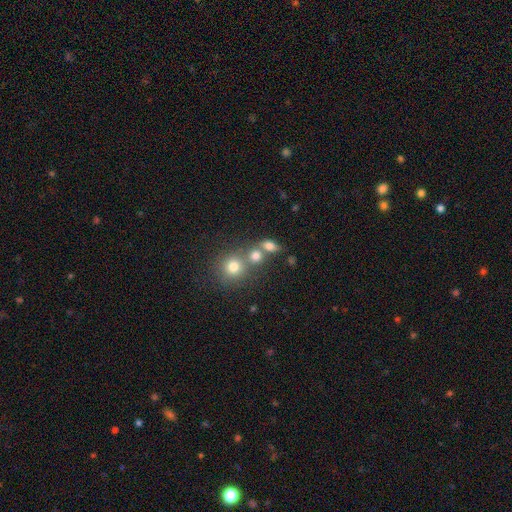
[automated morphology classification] Smooth or featured: smooth — 75% (star or artifact — 14%)
How rounded: round — 58% (in between — 40%)
Merging: none — 47% (merger — 39%)